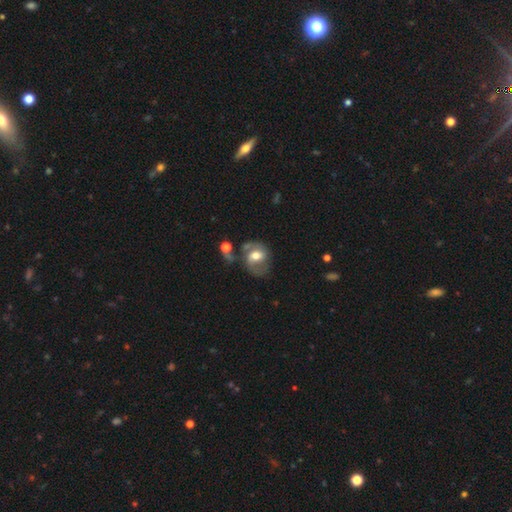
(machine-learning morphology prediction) This appears to be a featured or disk galaxy (55%) with a weak bar (41%), spiral arms (67%) and a moderate central bulge (68%). Merging: none (47%).